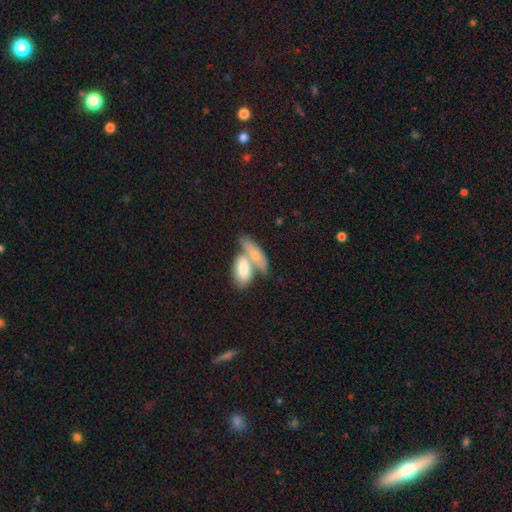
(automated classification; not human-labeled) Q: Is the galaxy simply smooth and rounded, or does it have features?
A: smooth — 73%.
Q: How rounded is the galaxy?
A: in between — 75%.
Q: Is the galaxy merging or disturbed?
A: merger — 60%.